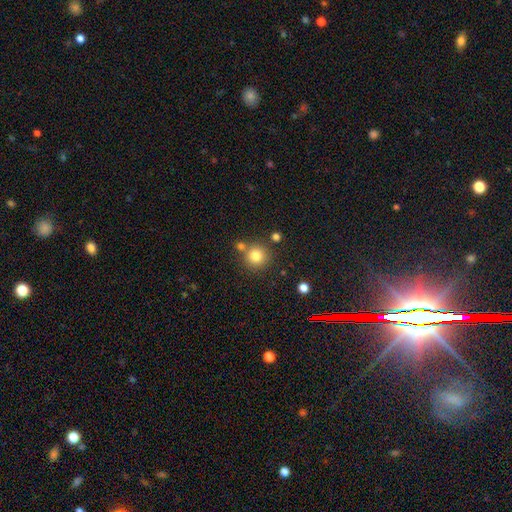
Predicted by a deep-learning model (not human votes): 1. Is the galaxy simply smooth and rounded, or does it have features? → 80% smooth, 13% star or artifact, 7% featured or disk.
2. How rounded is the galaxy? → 93% round, 6% in between, 1% cigar-shaped.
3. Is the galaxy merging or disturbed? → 74% none, 14% merger, 9% minor disturbance, 3% major disturbance.